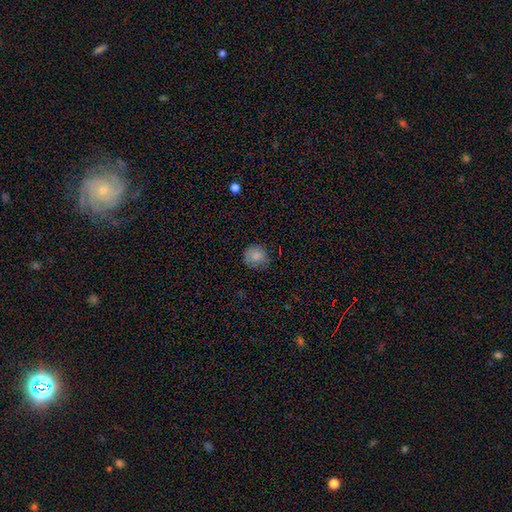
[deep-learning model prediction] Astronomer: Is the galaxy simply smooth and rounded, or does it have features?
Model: smooth — 84%.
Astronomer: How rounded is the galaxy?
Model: round — 86%.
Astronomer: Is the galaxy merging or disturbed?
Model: none — 73%.